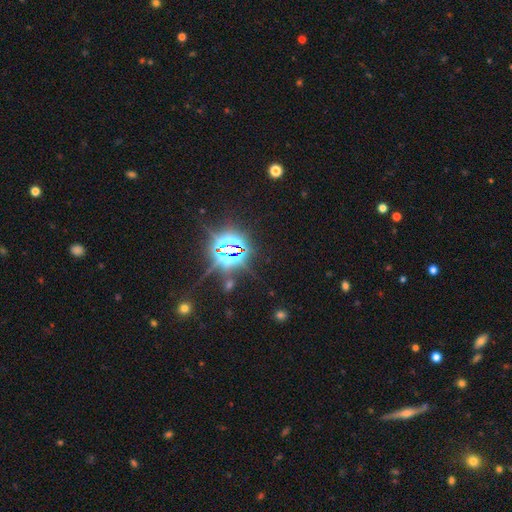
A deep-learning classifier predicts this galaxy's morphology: This appears to be a star or artifact, not a galaxy (84%).